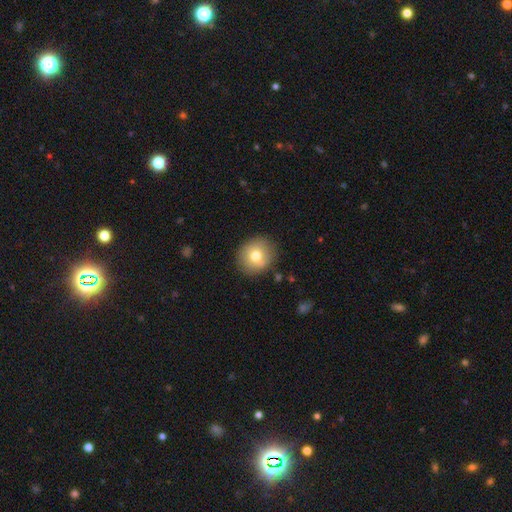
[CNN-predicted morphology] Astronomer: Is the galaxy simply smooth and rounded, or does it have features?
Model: smooth — 74%.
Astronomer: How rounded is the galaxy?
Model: round — 86%.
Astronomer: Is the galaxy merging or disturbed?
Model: none — 86%.